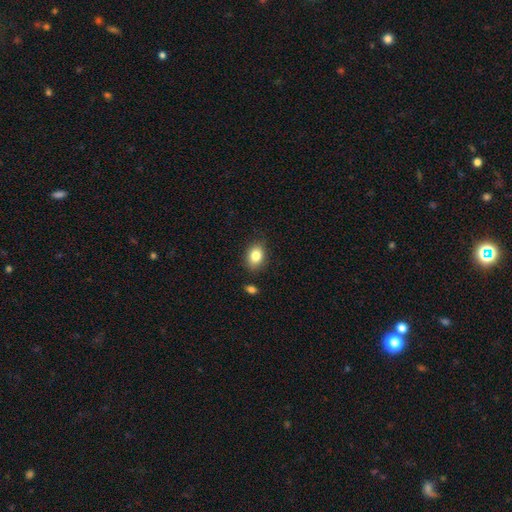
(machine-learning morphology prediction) This appears to be a smooth galaxy with no disk features (83%) that is in between round and cigar-shaped (73%). Merging: none (82%).